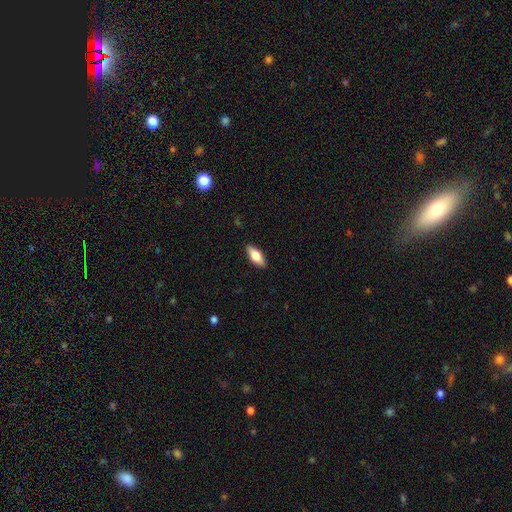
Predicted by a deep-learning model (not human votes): Smooth or featured: smooth — 71% (featured or disk — 23%)
How rounded: in between — 78% (cigar-shaped — 19%)
Merging: none — 89% (minor disturbance — 9%)